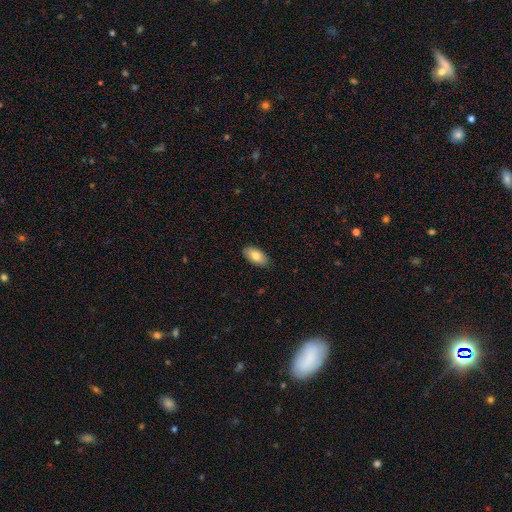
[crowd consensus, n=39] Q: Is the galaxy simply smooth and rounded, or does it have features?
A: smooth — 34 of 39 (87%).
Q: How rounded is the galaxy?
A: in between — 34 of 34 (100%).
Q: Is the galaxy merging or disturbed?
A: none — 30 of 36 (83%).